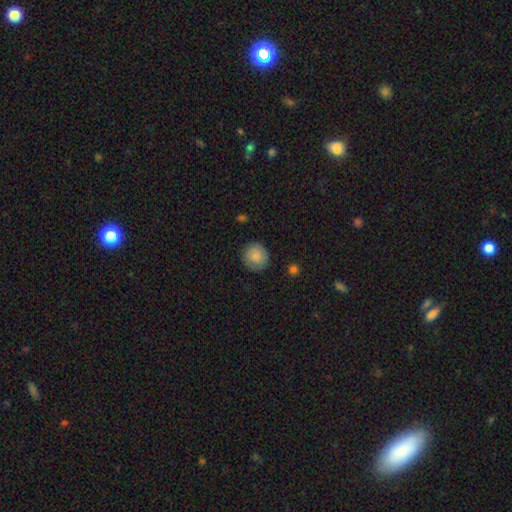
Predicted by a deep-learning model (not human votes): A smooth galaxy with no disk features (82%) that is round (89%).

Vote fractions:
- Smooth or featured? smooth: 82% / featured or disk: 10% / star or artifact: 8%
- How rounded? round: 89% / in between: 10% / cigar-shaped: 1%
- Merging? none: 85% / minor disturbance: 11% / major disturbance: 3% / merger: 1%